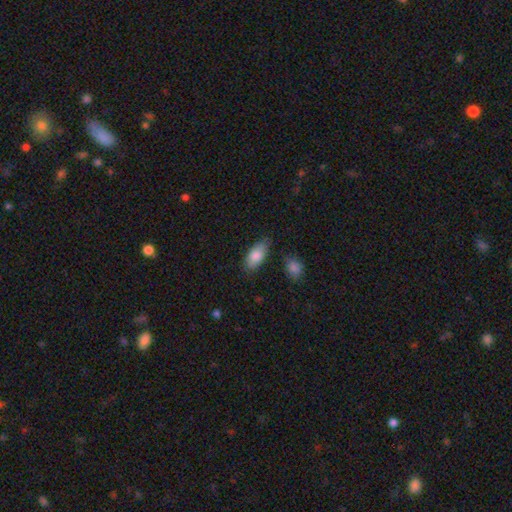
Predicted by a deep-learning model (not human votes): Smooth or featured? smooth (84%)
How rounded? in between (89%)
Merging? none (75%)